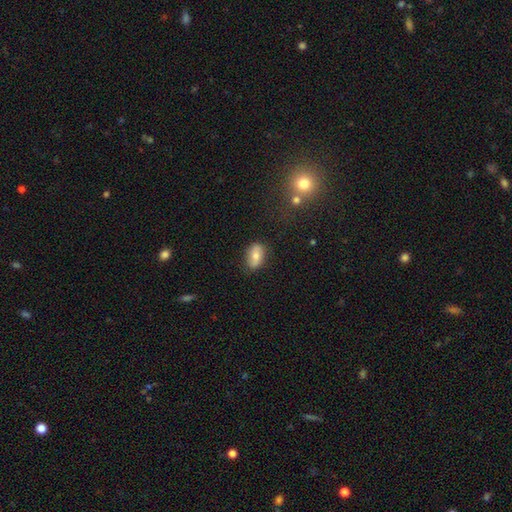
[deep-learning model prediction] The model was most divided on "smooth or featured": smooth: 70%, featured or disk: 22%, star or artifact: 8%. More confident: how rounded — in between (88%); merging — none (80%).